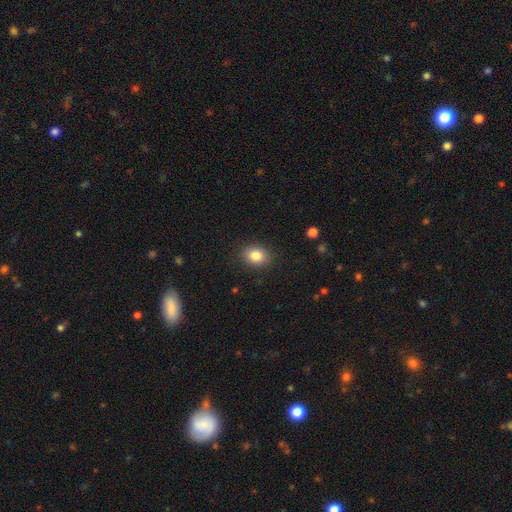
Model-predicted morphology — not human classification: This is clearly a smooth galaxy (84%). How rounded: possibly in between (58%). Merging: clearly none (88%).